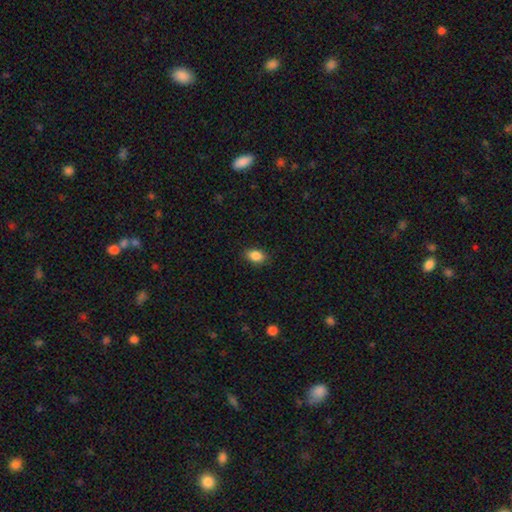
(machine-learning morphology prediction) This appears to be a smooth galaxy with no disk features (88%) that is in between round and cigar-shaped (86%). Merging: none (88%).